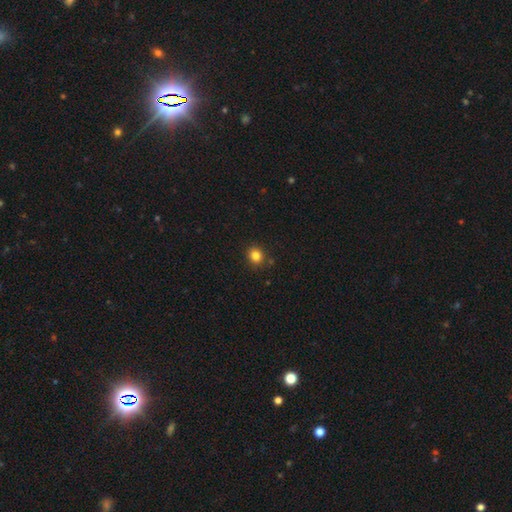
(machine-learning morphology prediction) This is clearly a smooth galaxy (83%). How rounded: clearly round (84%). Merging: clearly none (87%).